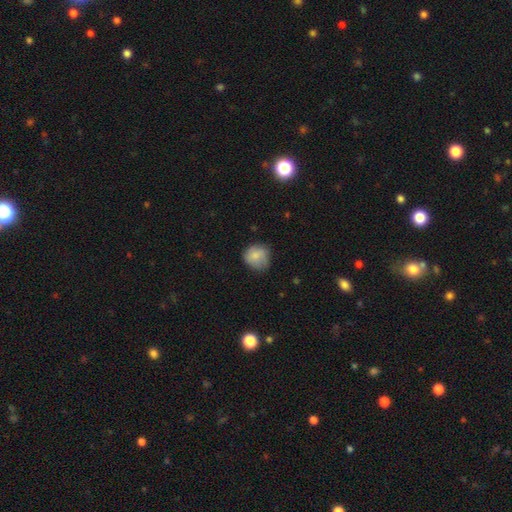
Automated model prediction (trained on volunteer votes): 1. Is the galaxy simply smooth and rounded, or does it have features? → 79% smooth, 13% featured or disk, 8% star or artifact.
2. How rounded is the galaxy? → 82% round, 17% in between, 1% cigar-shaped.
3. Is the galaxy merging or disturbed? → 62% none, 29% minor disturbance, 7% major disturbance, 1% merger.